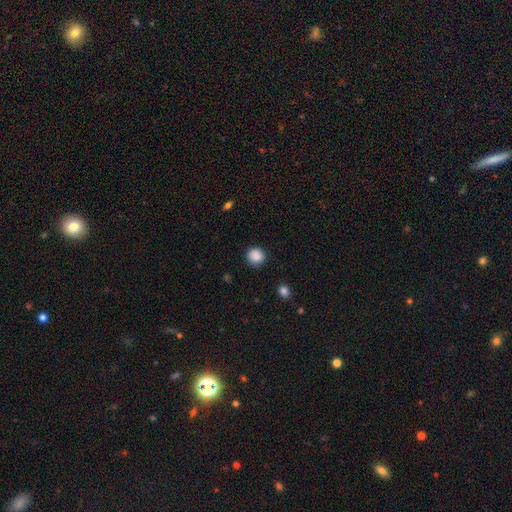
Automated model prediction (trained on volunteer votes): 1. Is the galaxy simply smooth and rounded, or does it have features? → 88% smooth, 9% star or artifact, 3% featured or disk.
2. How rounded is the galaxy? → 88% round, 11% in between, 1% cigar-shaped.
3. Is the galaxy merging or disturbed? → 87% none, 9% minor disturbance, 3% major disturbance, 1% merger.